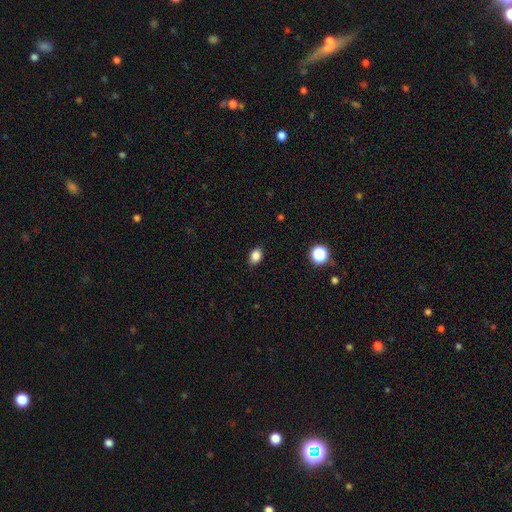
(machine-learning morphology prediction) This is clearly a smooth galaxy (85%). How rounded: likely in between (76%). Merging: clearly none (86%).